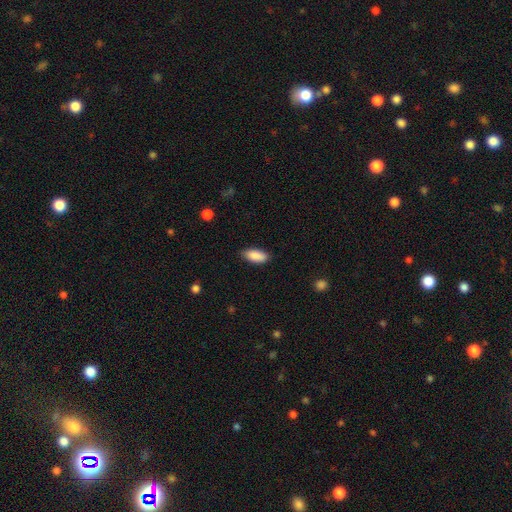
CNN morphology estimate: Smooth or featured? smooth (89%)
How rounded? in between (87%)
Merging? none (84%)